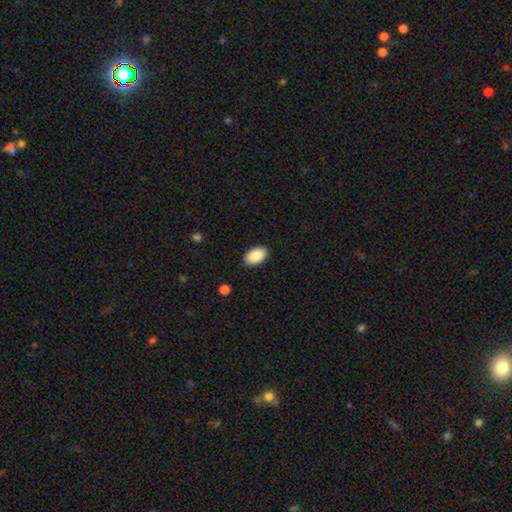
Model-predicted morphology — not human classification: smooth-or-featured: smooth: 90% | star or artifact: 6% | featured or disk: 4%
  how-rounded: in between: 92% | round: 6% | cigar-shaped: 1%
  merging: none: 89% | minor disturbance: 8% | major disturbance: 2% | merger: 1%